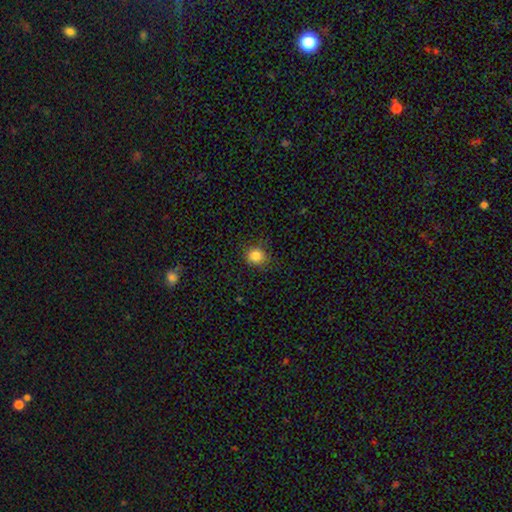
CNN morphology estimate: Smooth or featured?
  - smooth: 84% *
  - star or artifact: 12%
  - featured or disk: 4%
How rounded?
  - round: 85% *
  - in between: 14%
  - cigar-shaped: 1%
Merging?
  - none: 84% *
  - minor disturbance: 12%
  - major disturbance: 3%
  - merger: 1%